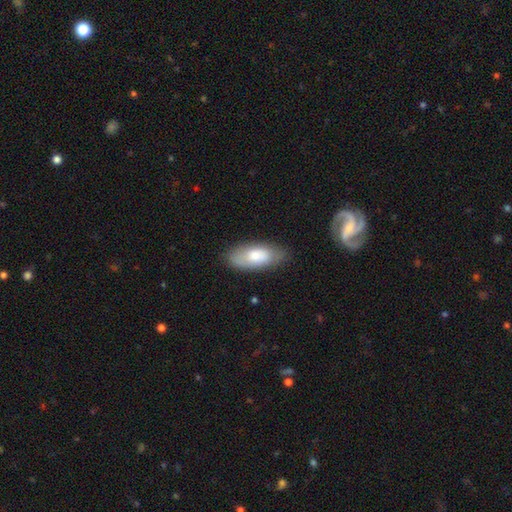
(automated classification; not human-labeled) A smooth galaxy with no disk features (68%) that is in between round and cigar-shaped (85%). Merging: none (78%).